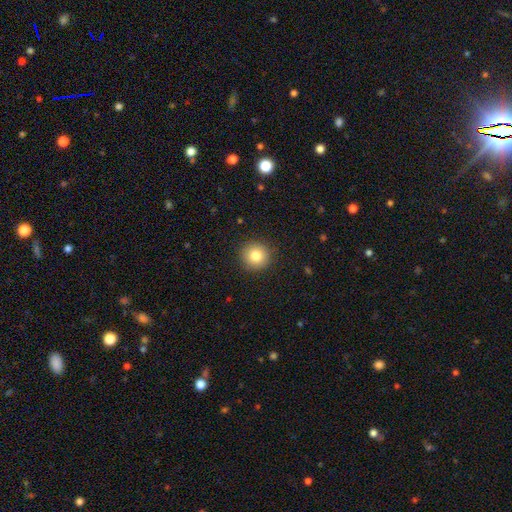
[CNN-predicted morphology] smooth_or_featured: smooth (p=0.83) [alt: star or artifact p=0.10]
how_rounded: round (p=0.94) [alt: in between p=0.05]
merging: none (p=0.92) [alt: minor disturbance p=0.05]